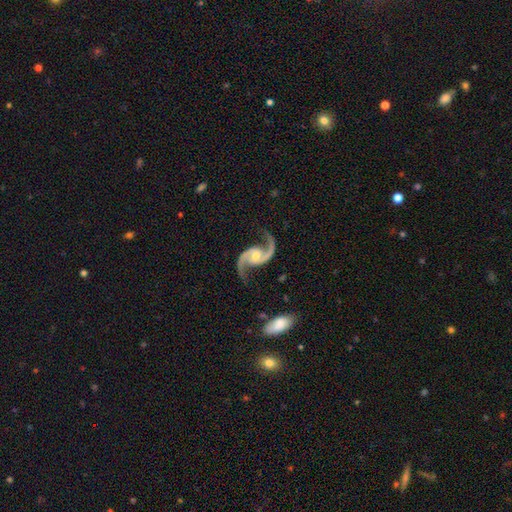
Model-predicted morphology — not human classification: smooth_or_featured: featured or disk (p=0.94) [alt: star or artifact p=0.04]
disk_edge_on: no (p=0.98) [alt: yes p=0.02]
bar: no (p=0.52) [alt: weak p=0.34]
has_spiral_arms: yes (p=0.99) [alt: no p=0.01]
spiral_winding: loose (p=0.53) [alt: medium p=0.40]
spiral_arm_count: 2 (p=0.95) [alt: 1 p=0.01]
bulge_size: moderate (p=0.50) [alt: small p=0.44]
merging: none (p=0.80) [alt: minor disturbance p=0.13]